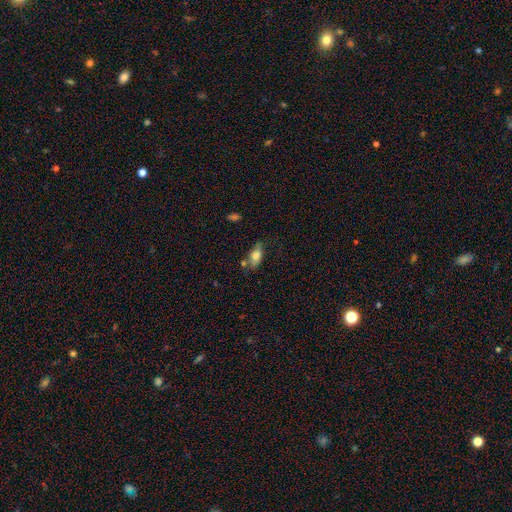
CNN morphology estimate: This is likely a smooth galaxy (71%). How rounded: clearly in between (82%). Merging: possibly none (55%).